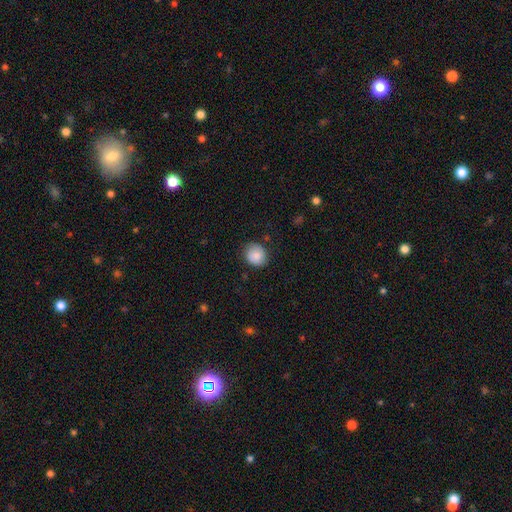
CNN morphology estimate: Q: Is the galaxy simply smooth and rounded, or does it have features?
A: smooth — 85%.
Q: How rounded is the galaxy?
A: round — 81%.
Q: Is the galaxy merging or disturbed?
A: none — 82%.